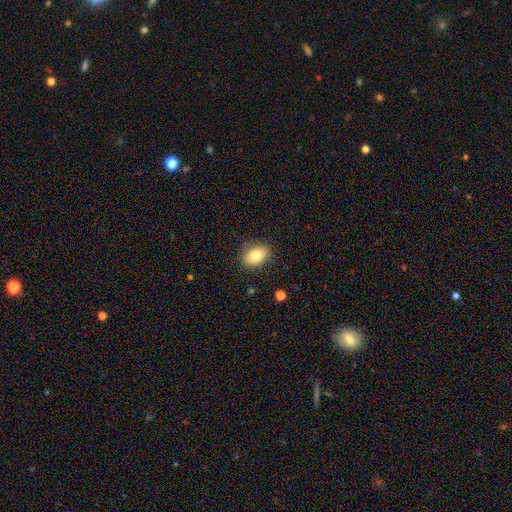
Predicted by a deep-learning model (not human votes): The model was most divided on "how rounded": in between: 82%, round: 17%, cigar-shaped: 1%. More confident: merging — none (83%); smooth or featured — smooth (80%).